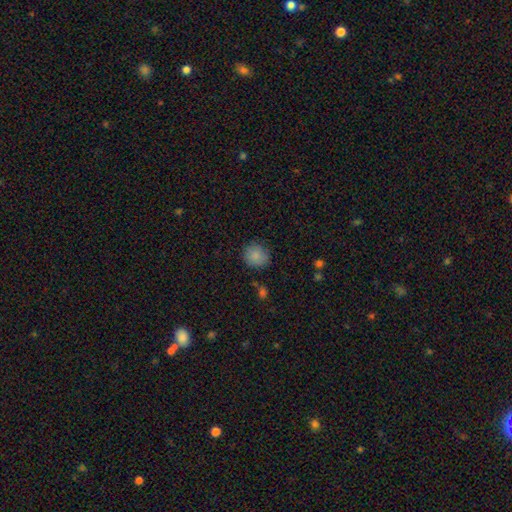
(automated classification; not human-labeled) Morphology: type=smooth (86%); roundness=round (87%); merging=none (83%).